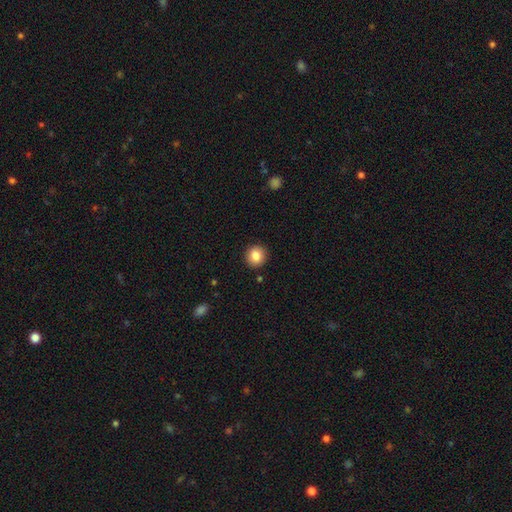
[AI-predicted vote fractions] smooth-or-featured: smooth: 84% | star or artifact: 9% | featured or disk: 7%
  how-rounded: round: 87% | in between: 12% | cigar-shaped: 1%
  merging: none: 91% | minor disturbance: 6% | major disturbance: 2% | merger: 1%